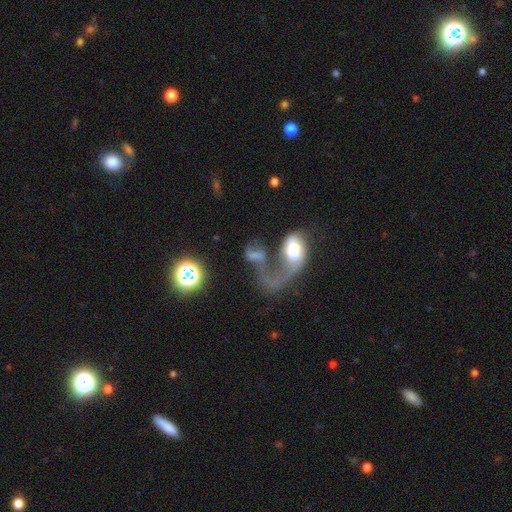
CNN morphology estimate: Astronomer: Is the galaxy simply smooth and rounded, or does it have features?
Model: featured or disk — 46% (runner-up: smooth, 39%).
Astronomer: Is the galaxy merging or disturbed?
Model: merger — 50% (runner-up: major disturbance, 32%).